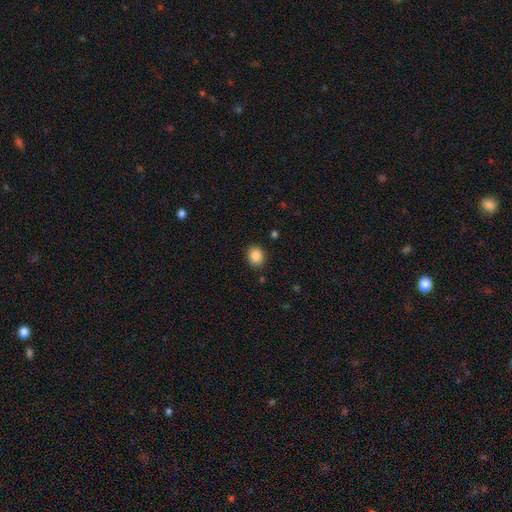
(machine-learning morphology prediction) A smooth galaxy with no disk features (88%) that is round (58%).

Vote fractions:
- Smooth or featured? smooth: 88% / star or artifact: 9% / featured or disk: 3%
- How rounded? round: 58% / in between: 41% / cigar-shaped: 1%
- Merging? none: 89% / minor disturbance: 8% / major disturbance: 2% / merger: 1%